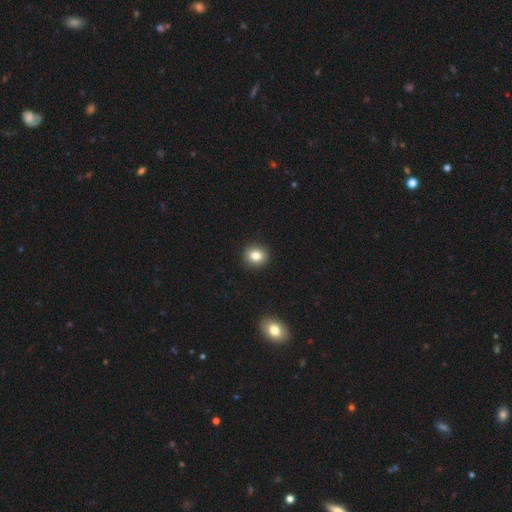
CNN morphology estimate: type=smooth (82%); roundness=round (80%); merging=none (92%).